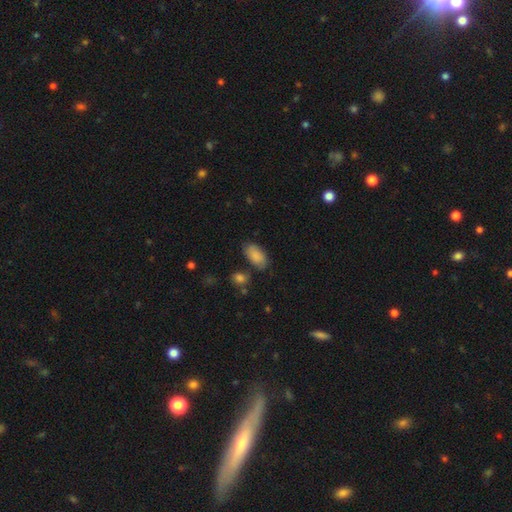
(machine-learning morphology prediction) The model was most divided on "merging": none: 71%, minor disturbance: 18%, merger: 5%, major disturbance: 5%. More confident: how rounded — in between (94%); smooth or featured — smooth (87%).